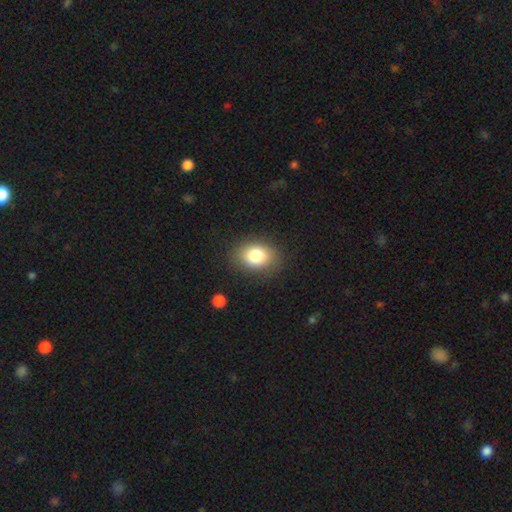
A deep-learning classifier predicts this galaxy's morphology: This appears to be a smooth galaxy with no disk features (82%) that is in between round and cigar-shaped (64%). Merging: none (84%).